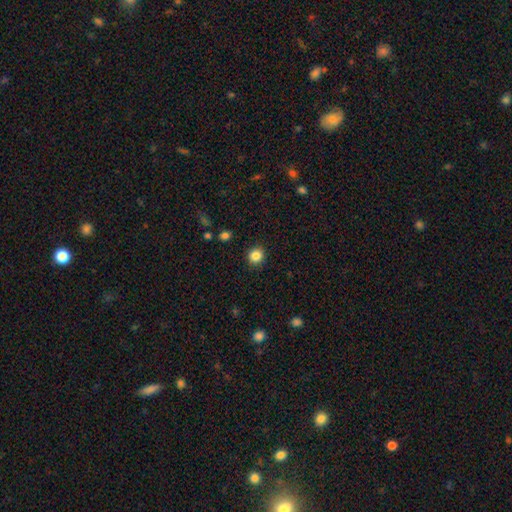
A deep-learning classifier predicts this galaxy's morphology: Smooth or featured?
  - smooth: 85% *
  - star or artifact: 11%
  - featured or disk: 4%
How rounded?
  - round: 87% *
  - in between: 12%
  - cigar-shaped: 1%
Merging?
  - none: 91% *
  - minor disturbance: 6%
  - major disturbance: 2%
  - merger: 1%